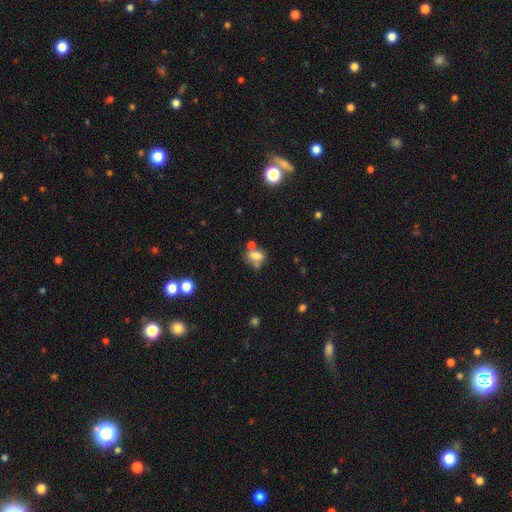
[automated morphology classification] Smooth or featured? Predicted: smooth (p=0.71). How rounded? Predicted: in between (p=0.64). Merging? Predicted: none (p=0.44).